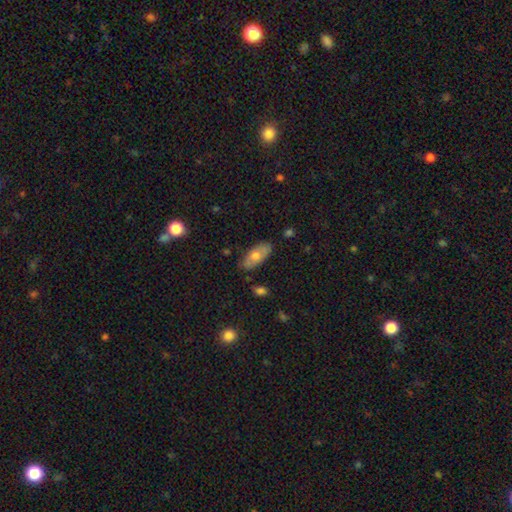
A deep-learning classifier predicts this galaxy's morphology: A smooth galaxy with no disk features (65%) that is in between round and cigar-shaped (86%). Merging: none (80%).